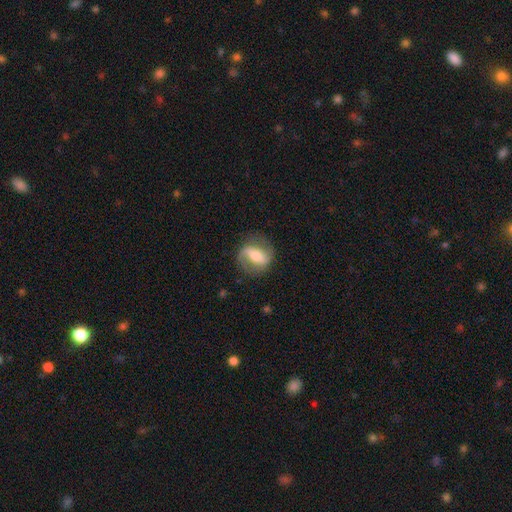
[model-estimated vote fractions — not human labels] Smooth or featured: featured or disk — 70% (smooth — 24%)
Edge-on disk: no — 93% (yes — 7%)
Bar: strong — 49% (weak — 33%)
Spiral arms: yes — 82% (no — 18%)
Spiral winding: medium — 42% (loose — 38%)
Spiral arm count: 2 — 83% (1 — 7%)
Bulge size: moderate — 61% (small — 26%)
Merging: none — 78% (minor disturbance — 14%)